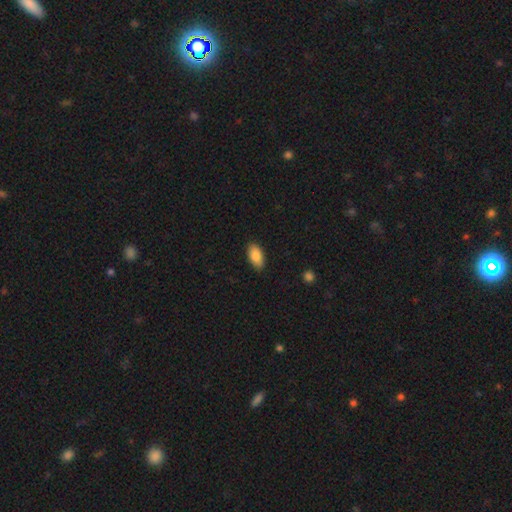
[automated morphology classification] Smooth or featured? smooth (87%)
How rounded? in between (94%)
Merging? none (86%)